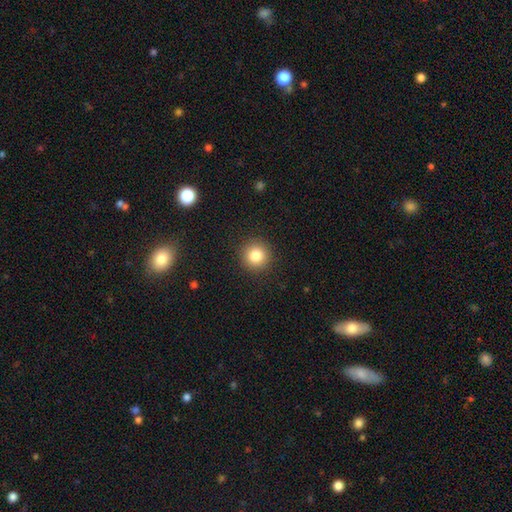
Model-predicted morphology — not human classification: This appears to be a smooth galaxy with no disk features (83%) that is round (95%). Merging: none (91%).